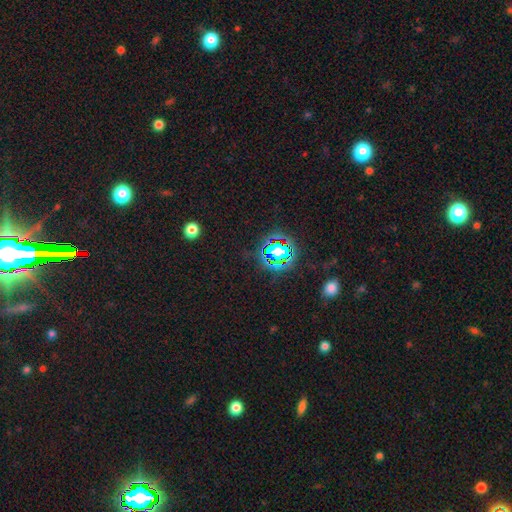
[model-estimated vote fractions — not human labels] Q: Smooth or featured?
A: star or artifact (81%); runner-up: smooth (12%)